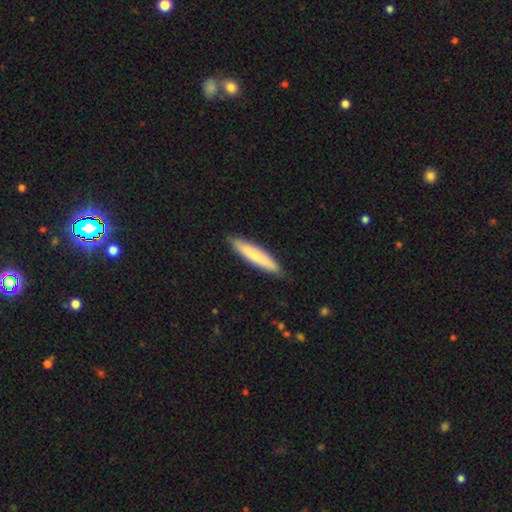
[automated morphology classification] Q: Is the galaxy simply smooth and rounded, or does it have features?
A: smooth — 72%.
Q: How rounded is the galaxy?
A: cigar-shaped — 87%.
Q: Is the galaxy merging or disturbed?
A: none — 88%.